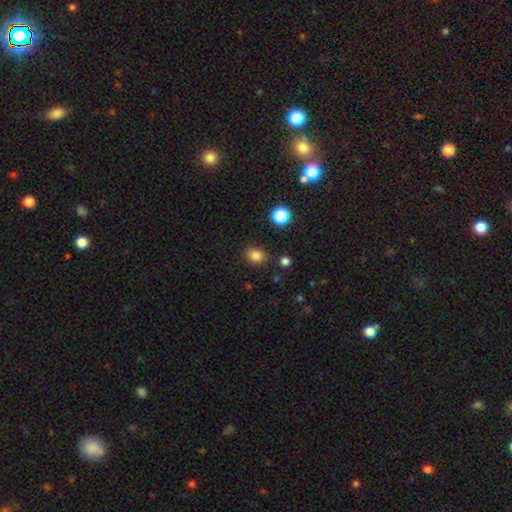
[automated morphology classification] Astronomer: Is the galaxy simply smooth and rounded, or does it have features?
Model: smooth — 82%.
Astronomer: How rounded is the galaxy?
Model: round — 50% (runner-up: in between, 49%).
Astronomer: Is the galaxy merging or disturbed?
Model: none — 84%.